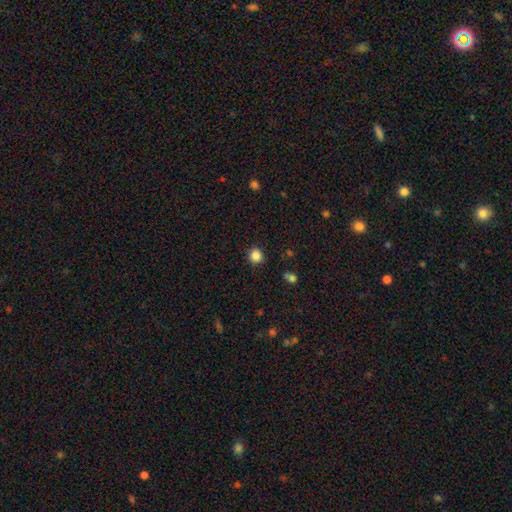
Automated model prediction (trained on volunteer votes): smooth 86%, star or artifact 11%, featured or disk 3%. Down the decision tree: how rounded — round (91%); merging — none (89%).